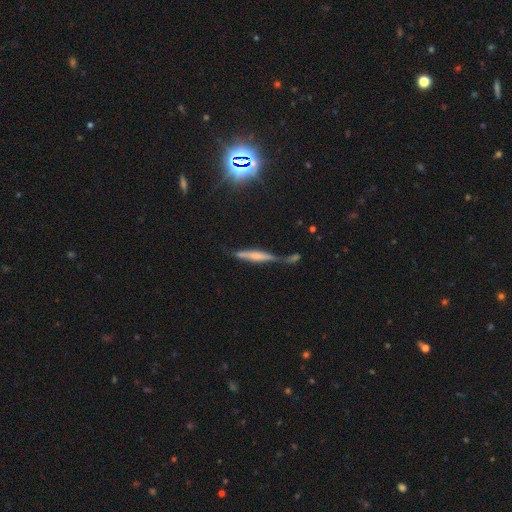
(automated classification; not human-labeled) Smooth or featured? featured or disk (49%)
Merging? none (46%)